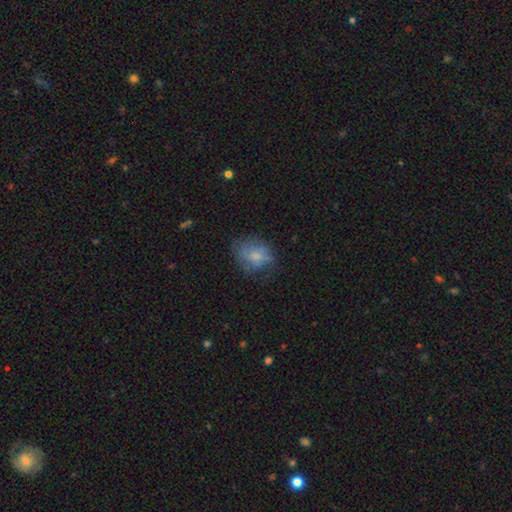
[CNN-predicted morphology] This is likely a smooth galaxy (67%). How rounded: possibly in between (53%). Merging: possibly none (56%).